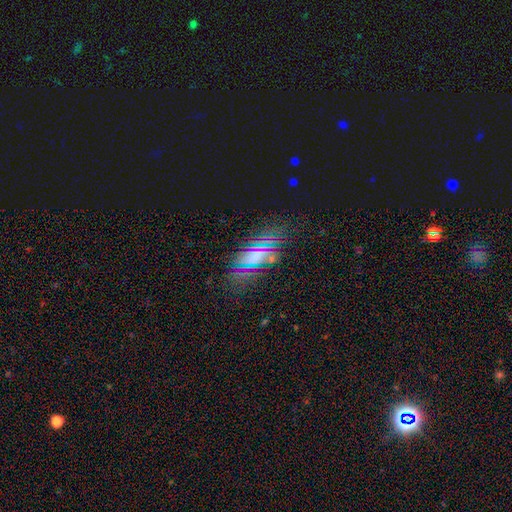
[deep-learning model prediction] Smooth or featured? Predicted: smooth (p=0.43). Merging? Predicted: none (p=0.77).